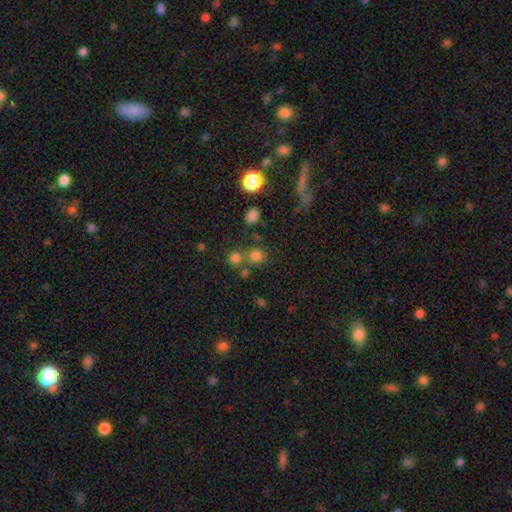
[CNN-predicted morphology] A smooth galaxy with no disk features (73%) that is round (83%).

Vote fractions:
- Smooth or featured? smooth: 73% / star or artifact: 19% / featured or disk: 7%
- How rounded? round: 83% / in between: 16% / cigar-shaped: 1%
- Merging? none: 60% / merger: 26% / minor disturbance: 9% / major disturbance: 5%